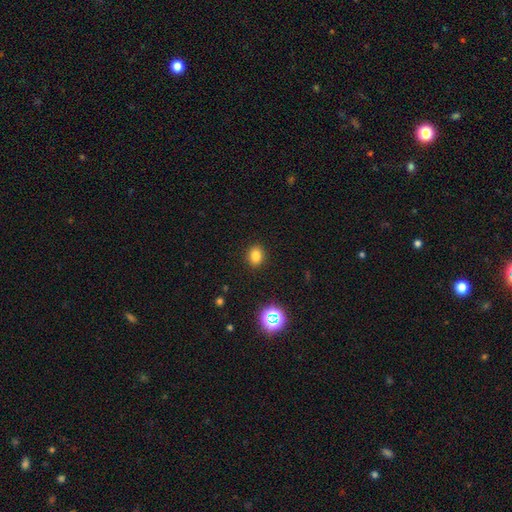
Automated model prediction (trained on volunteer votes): smooth-or-featured: smooth: 79% | star or artifact: 15% | featured or disk: 6%
  how-rounded: round: 52% | in between: 47% | cigar-shaped: 1%
  merging: none: 90% | minor disturbance: 7% | major disturbance: 2% | merger: 1%